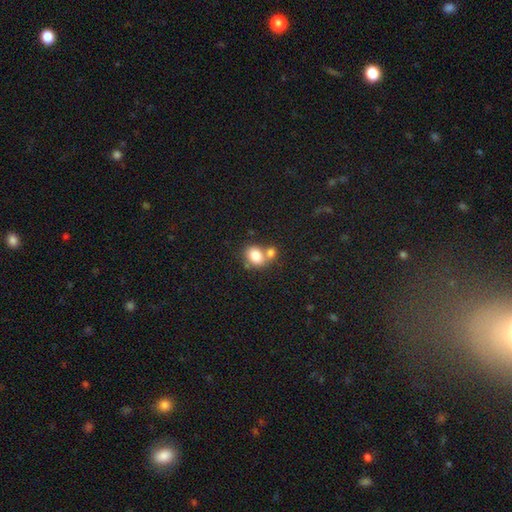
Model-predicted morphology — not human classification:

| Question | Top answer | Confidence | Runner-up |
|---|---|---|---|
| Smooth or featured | smooth | 80% | featured or disk (10%) |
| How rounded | in between | 59% | round (40%) |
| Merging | merger | 45% | none (41%) |